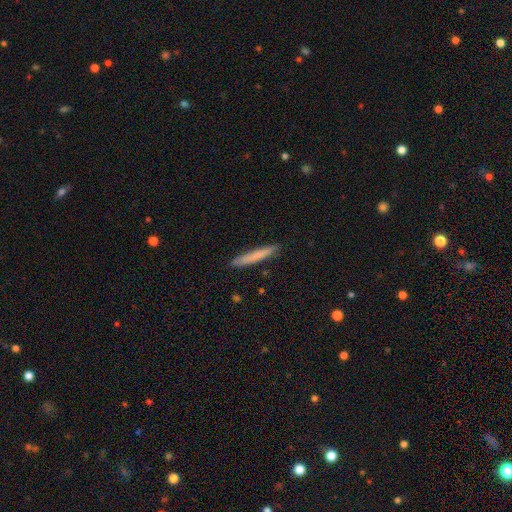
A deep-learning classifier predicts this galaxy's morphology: Smooth or featured: smooth — 75% (featured or disk — 20%)
How rounded: cigar-shaped — 96% (in between — 3%)
Merging: none — 89% (minor disturbance — 8%)